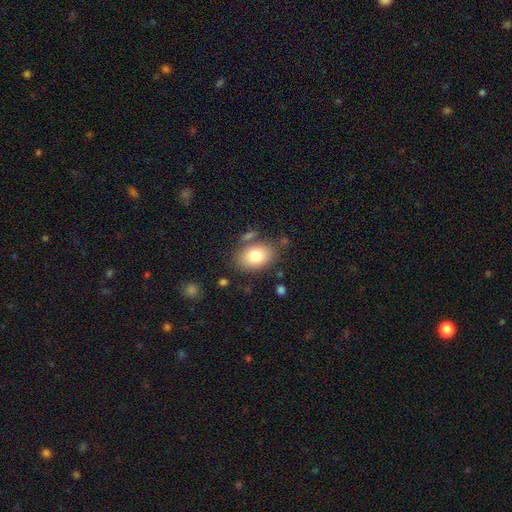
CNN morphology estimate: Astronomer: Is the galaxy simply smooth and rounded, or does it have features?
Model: smooth — 78%.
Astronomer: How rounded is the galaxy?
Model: in between — 80%.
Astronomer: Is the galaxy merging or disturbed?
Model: none — 76%.